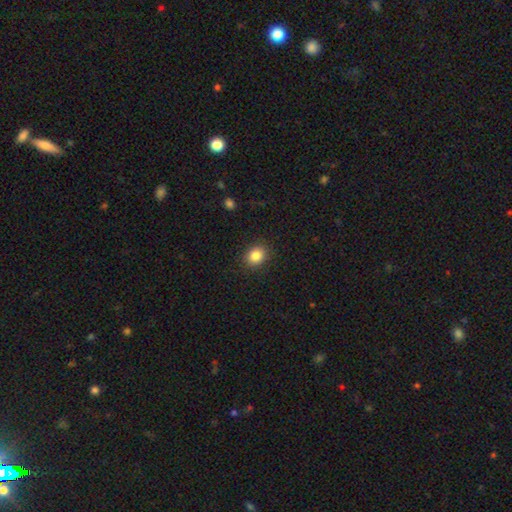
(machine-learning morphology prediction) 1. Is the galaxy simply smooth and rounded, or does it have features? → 84% smooth, 10% star or artifact, 6% featured or disk.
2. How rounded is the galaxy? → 58% round, 41% in between, 1% cigar-shaped.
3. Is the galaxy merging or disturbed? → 88% none, 8% minor disturbance, 3% major disturbance, 1% merger.